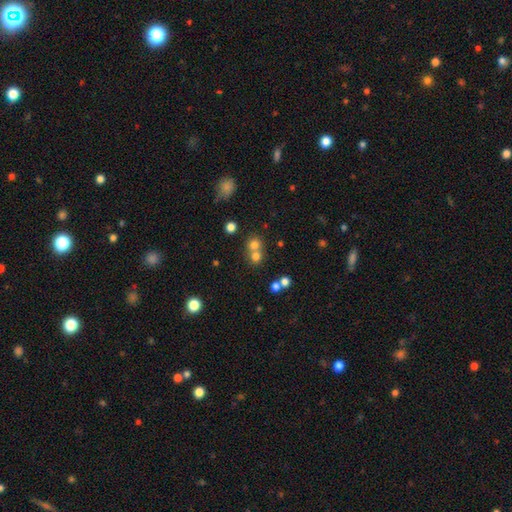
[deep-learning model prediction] This is likely a smooth galaxy (71%). How rounded: clearly round (85%). Merging: possibly merger (48%).